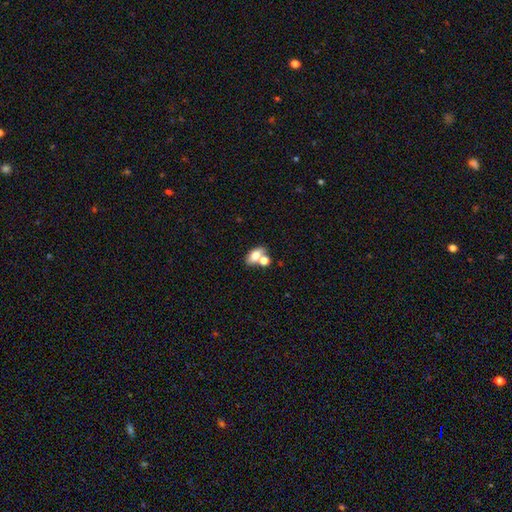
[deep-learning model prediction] Smooth or featured? Predicted: smooth (p=0.75). How rounded? Predicted: in between (p=0.85). Merging? Predicted: merger (p=0.46).